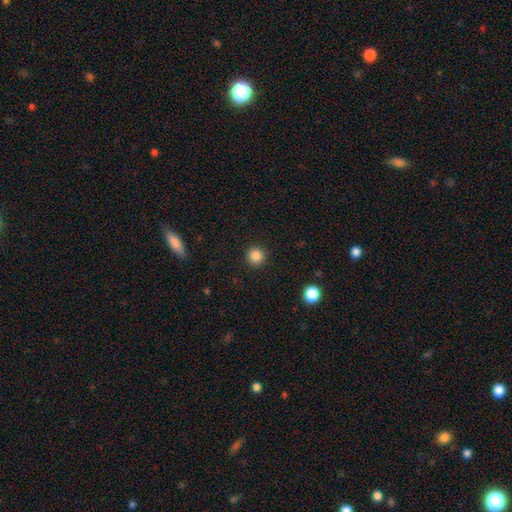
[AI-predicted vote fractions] A smooth galaxy with no disk features (85%) that is round (95%). Merging: none (92%).